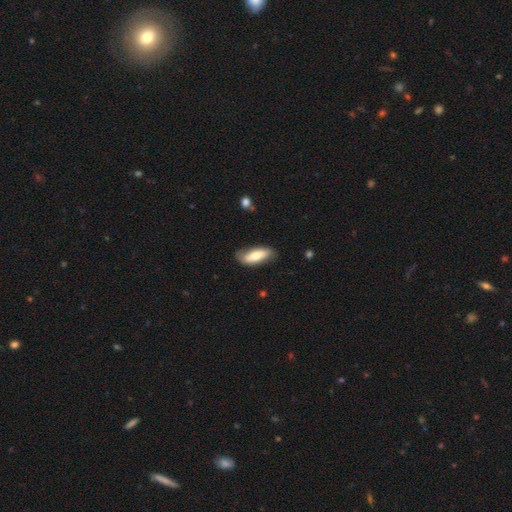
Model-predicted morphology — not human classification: type=smooth (70%); roundness=in between (75%); merging=none (74%).